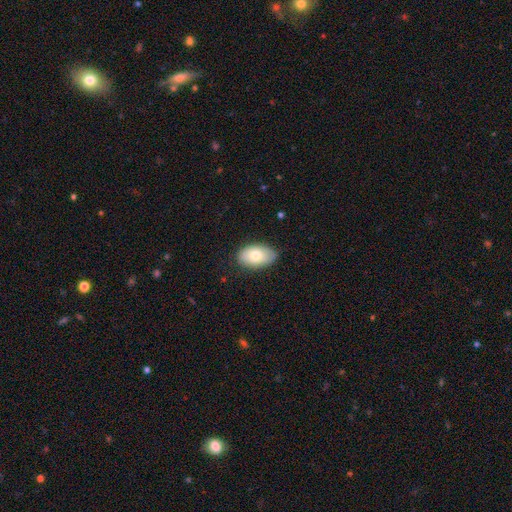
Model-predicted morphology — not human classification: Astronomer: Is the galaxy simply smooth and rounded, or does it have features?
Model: smooth — 75%.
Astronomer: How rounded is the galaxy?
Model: in between — 92%.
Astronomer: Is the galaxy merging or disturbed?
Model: none — 79%.